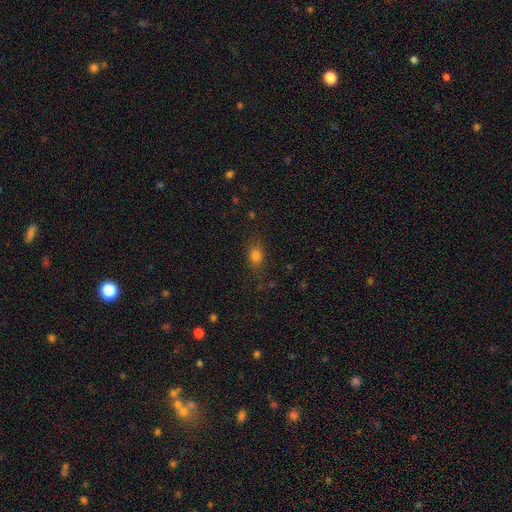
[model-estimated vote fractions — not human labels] smooth_or_featured: smooth (p=0.79) [alt: star or artifact p=0.13]
how_rounded: in between (p=0.68) [alt: round p=0.28]
merging: none (p=0.79) [alt: minor disturbance p=0.14]